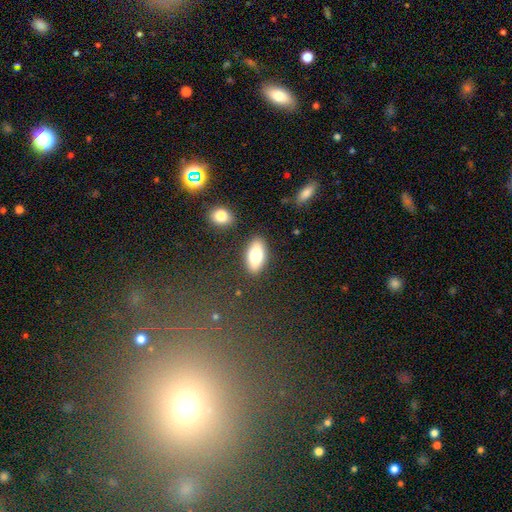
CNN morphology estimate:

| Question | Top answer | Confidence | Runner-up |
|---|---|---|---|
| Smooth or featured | smooth | 76% | featured or disk (17%) |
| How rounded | in between | 89% | cigar-shaped (8%) |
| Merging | none | 85% | minor disturbance (9%) |